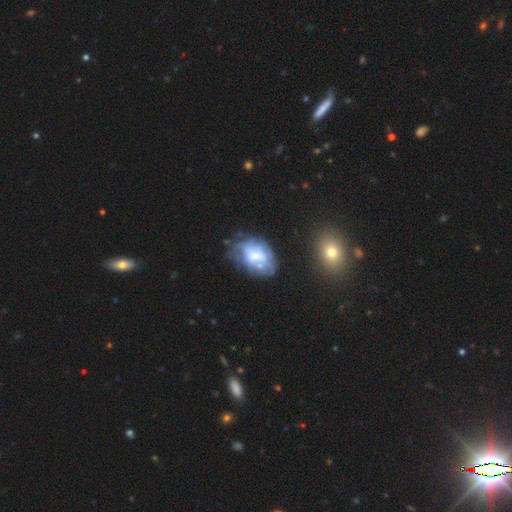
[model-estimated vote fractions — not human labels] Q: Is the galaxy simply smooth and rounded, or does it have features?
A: featured or disk — 57%.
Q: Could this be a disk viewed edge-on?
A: no — 96%.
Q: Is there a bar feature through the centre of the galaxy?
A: no — 63%.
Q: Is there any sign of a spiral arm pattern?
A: no — 58%.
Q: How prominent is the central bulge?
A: small — 42%.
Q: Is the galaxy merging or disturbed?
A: none — 37%.